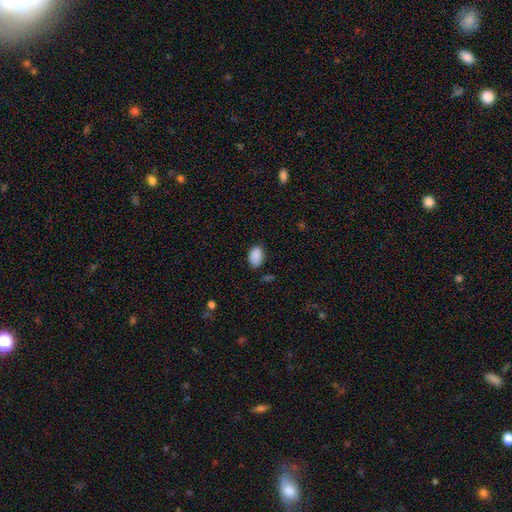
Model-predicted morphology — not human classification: Smooth or featured? smooth (89%)
How rounded? in between (88%)
Merging? none (80%)